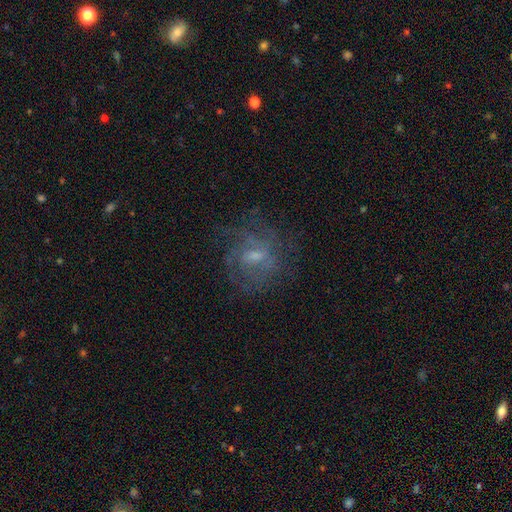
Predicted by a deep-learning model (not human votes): featured or disk 68%, smooth 19%, star or artifact 13%. Down the decision tree: edge-on disk — no (96%); bar — weak (56%); spiral arms — yes (75%); bulge size — small (48%); merging — none (64%).